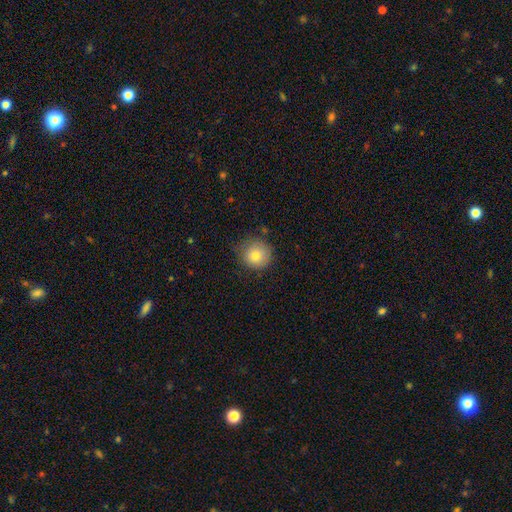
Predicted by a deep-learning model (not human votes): A smooth galaxy with no disk features (79%) that is round (93%). Merging: none (75%).